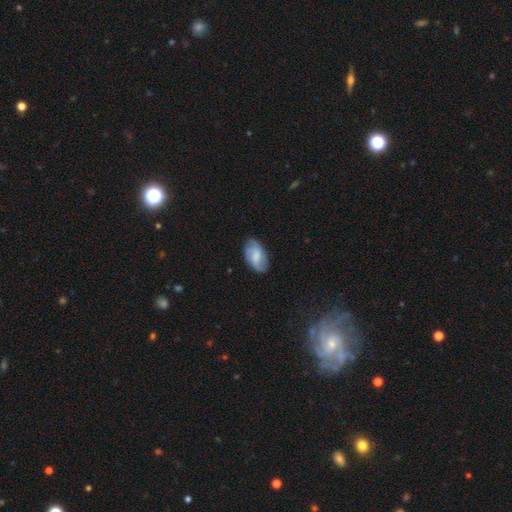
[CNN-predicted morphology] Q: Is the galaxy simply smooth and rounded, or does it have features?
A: smooth — 54%.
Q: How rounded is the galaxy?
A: in between — 93%.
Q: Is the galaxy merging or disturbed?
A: none — 75%.